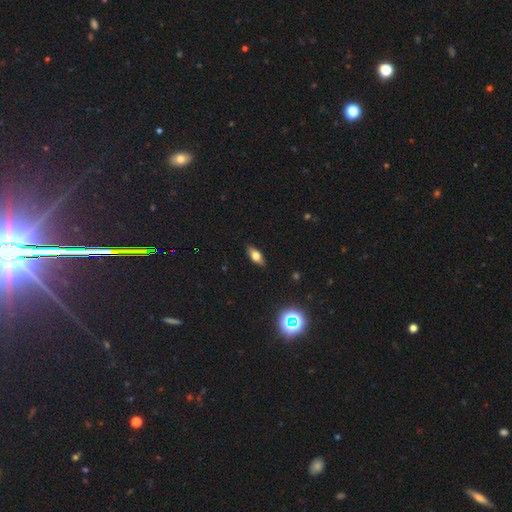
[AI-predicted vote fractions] Overall: smooth (59%; featured or disk 30%). How rounded: in between (75%). Merging: none (88%).